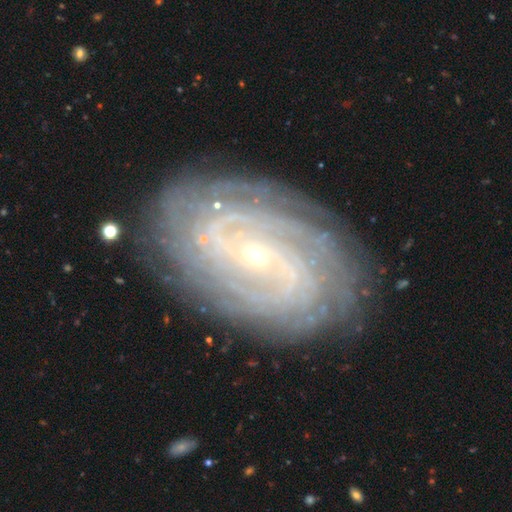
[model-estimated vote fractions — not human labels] Overall: featured or disk (88%). Edge-on disk: no (96%). Bar: no (51%; weak 34%). Spiral arms: yes (97%). Spiral arm count: can't tell (32%; 4 17%). Spiral winding: tight (79%). Bulge size: small (80%). Merging: none (82%).